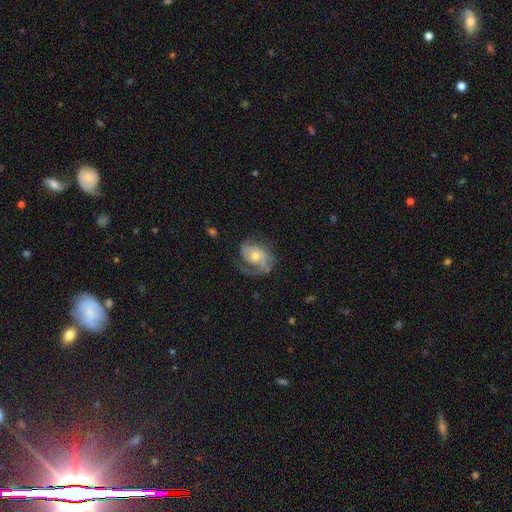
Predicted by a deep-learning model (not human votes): Q: Smooth or featured?
A: featured or disk (80%); runner-up: smooth (14%)
Q: Edge-on disk?
A: no (97%); runner-up: yes (3%)
Q: Bar?
A: no (65%); runner-up: weak (29%)
Q: Spiral arms?
A: yes (94%); runner-up: no (6%)
Q: Spiral winding?
A: medium (45%); runner-up: tight (30%)
Q: Spiral arm count?
A: 2 (61%); runner-up: 1 (22%)
Q: Bulge size?
A: moderate (60%); runner-up: small (32%)
Q: Merging?
A: none (59%); runner-up: minor disturbance (21%)